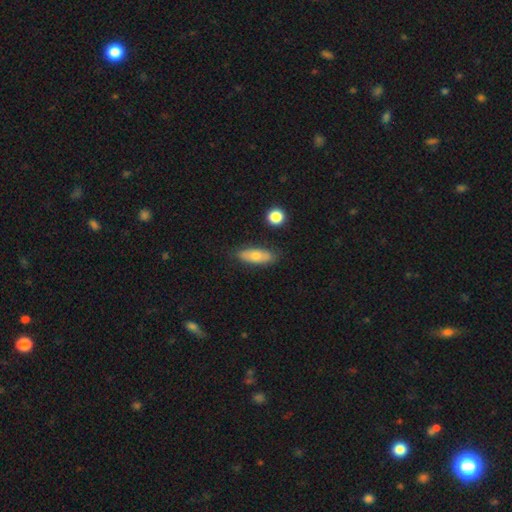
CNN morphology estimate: Overall: smooth (68%). How rounded: in between (72%). Merging: none (80%).